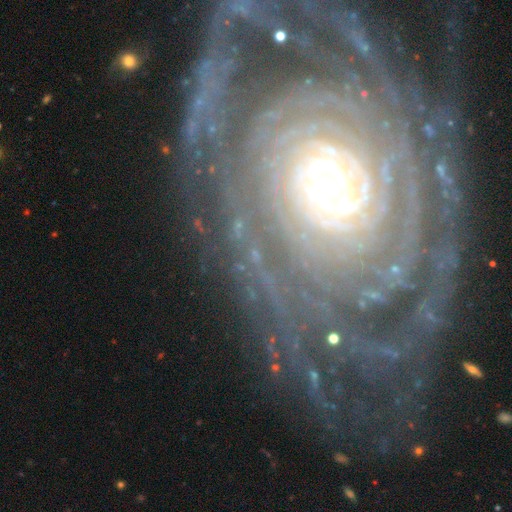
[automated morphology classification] Overall: featured or disk (88%). Edge-on disk: no (96%). Bar: no (45%; weak 31%). Spiral arms: yes (97%). Spiral arm count: can't tell (26%, tied with more than 4). Spiral winding: tight (85%). Bulge size: moderate (55%; small 30%). Merging: none (74%).